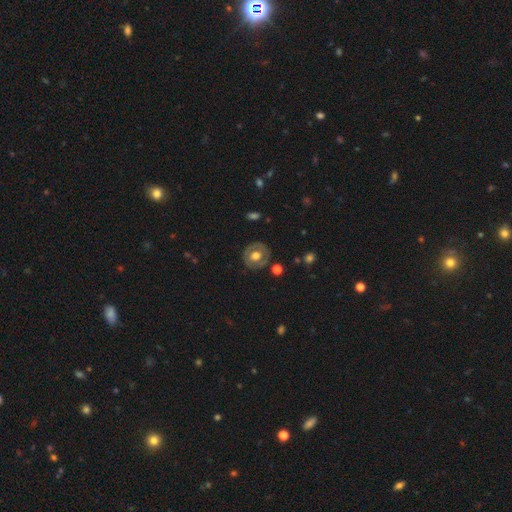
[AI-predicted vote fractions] smooth_or_featured: featured or disk (p=0.51) [alt: smooth p=0.43]
disk_edge_on: no (p=0.95) [alt: yes p=0.05]
merging: none (p=0.80) [alt: minor disturbance p=0.13]